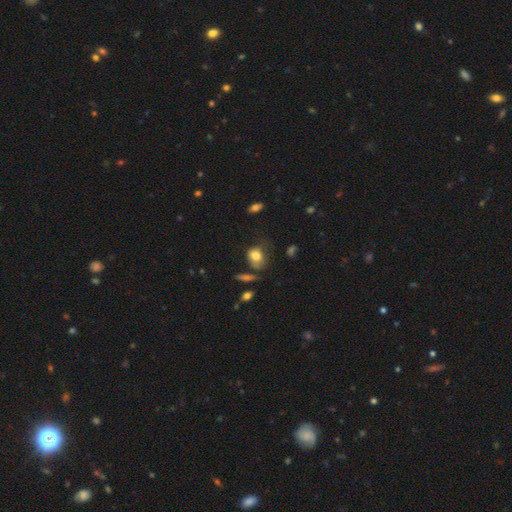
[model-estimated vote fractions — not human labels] smooth-or-featured: smooth: 78% | featured or disk: 13% | star or artifact: 9%
  how-rounded: in between: 64% | round: 34% | cigar-shaped: 2%
  merging: none: 44% | minor disturbance: 31% | major disturbance: 18% | merger: 7%